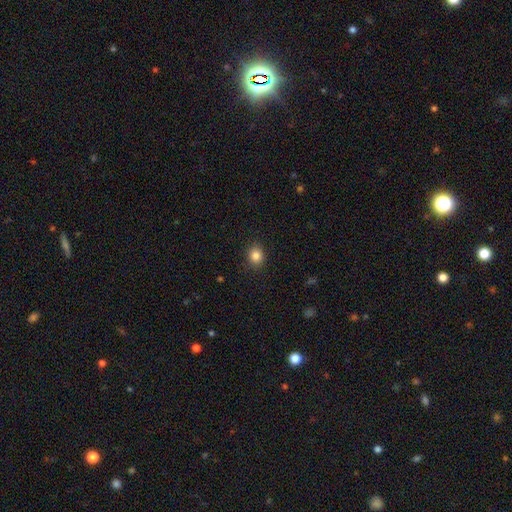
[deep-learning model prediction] Q: Smooth or featured?
A: smooth (85%); runner-up: star or artifact (10%)
Q: How rounded?
A: round (67%); runner-up: in between (33%)
Q: Merging?
A: none (89%); runner-up: minor disturbance (8%)